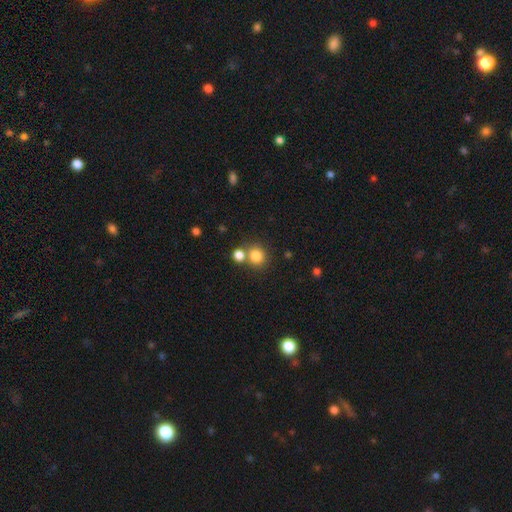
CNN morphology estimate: smooth-or-featured: smooth: 82% | star or artifact: 12% | featured or disk: 6%
  how-rounded: round: 87% | in between: 12% | cigar-shaped: 1%
  merging: none: 62% | merger: 27% | minor disturbance: 8% | major disturbance: 3%